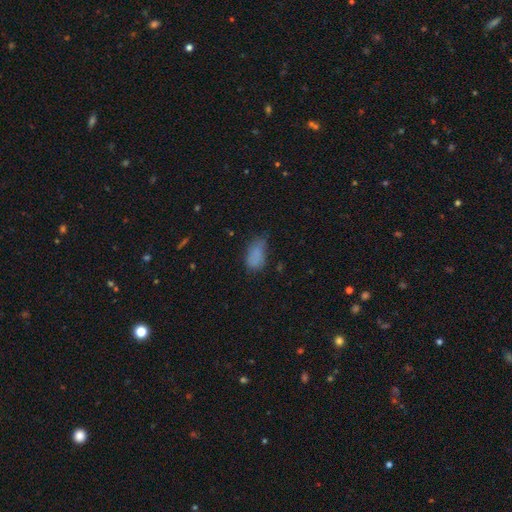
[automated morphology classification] Q: Smooth or featured?
A: smooth (78%); runner-up: star or artifact (12%)
Q: How rounded?
A: in between (91%); runner-up: round (6%)
Q: Merging?
A: none (43%); runner-up: minor disturbance (37%)